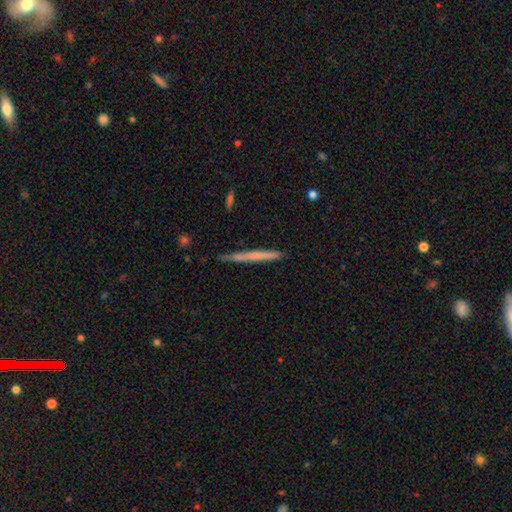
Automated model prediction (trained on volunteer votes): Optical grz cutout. It shows a smooth galaxy with no disk features (53%) that is cigar-shaped (97%). Merging: none (87%).